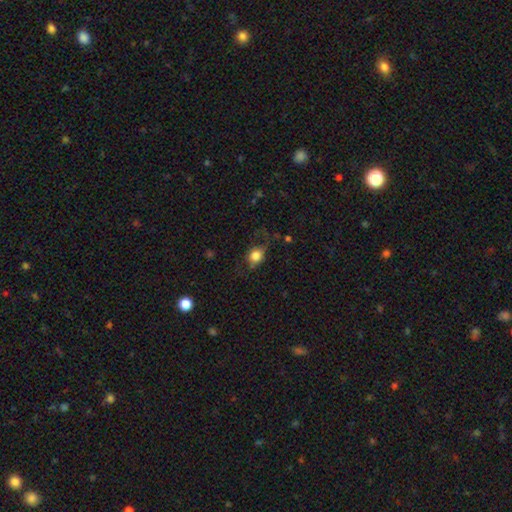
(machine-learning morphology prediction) smooth_or_featured: smooth (p=0.76) [alt: featured or disk p=0.14]
how_rounded: round (p=0.60) [alt: in between p=0.38]
merging: none (p=0.59) [alt: minor disturbance p=0.23]